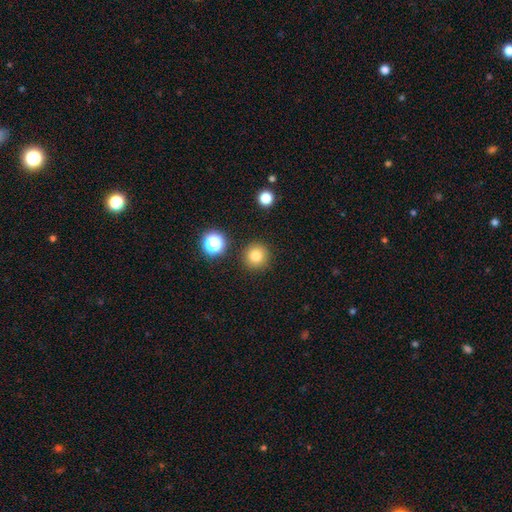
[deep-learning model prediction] Morphology: type=smooth (79%); roundness=round (95%); merging=none (89%).